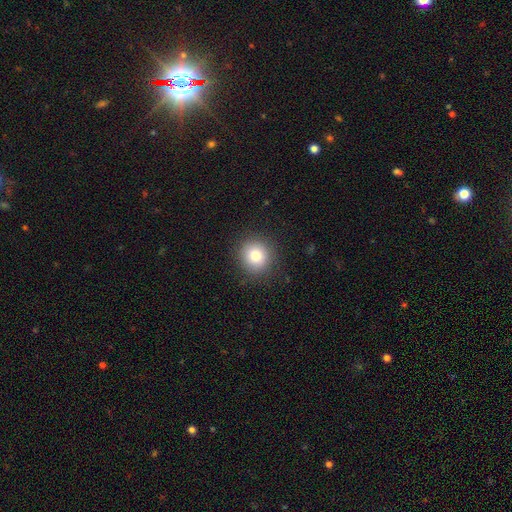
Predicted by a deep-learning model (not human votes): The model was most divided on "smooth or featured": smooth: 82%, star or artifact: 10%, featured or disk: 8%. More confident: merging — none (89%); how rounded — round (88%).